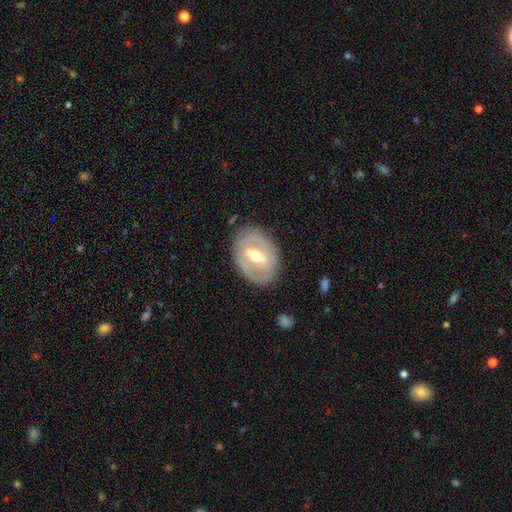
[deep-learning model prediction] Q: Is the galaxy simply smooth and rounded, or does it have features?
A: featured or disk — 73%.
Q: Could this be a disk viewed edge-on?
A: no — 93%.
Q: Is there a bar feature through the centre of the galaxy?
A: strong — 47%.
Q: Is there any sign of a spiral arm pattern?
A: yes — 56%.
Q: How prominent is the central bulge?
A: moderate — 71%.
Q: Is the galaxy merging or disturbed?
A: none — 80%.